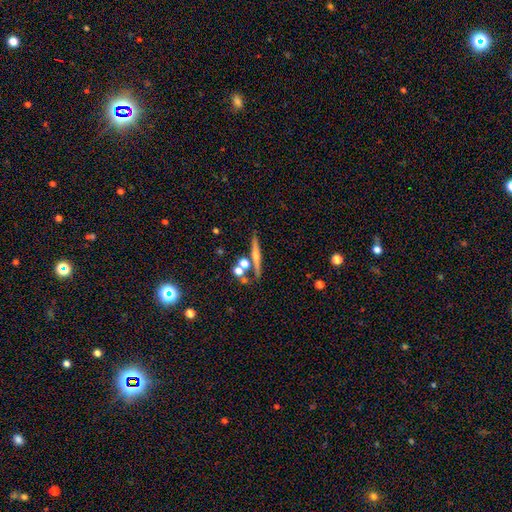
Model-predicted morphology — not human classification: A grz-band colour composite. It shows a featured or disk galaxy (66%) viewed edge-on (95%) with a rounded central bulge (85%). Merging: none (75%).